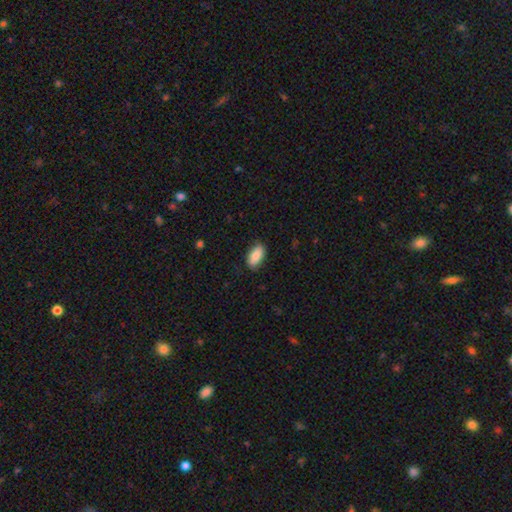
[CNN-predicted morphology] A smooth galaxy with no disk features (85%) that is in between round and cigar-shaped (92%). Merging: none (84%).